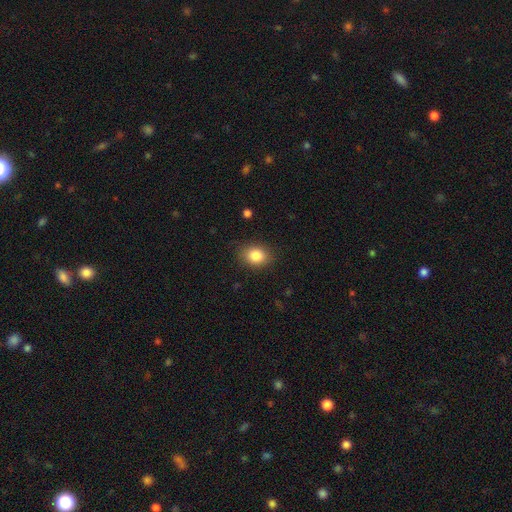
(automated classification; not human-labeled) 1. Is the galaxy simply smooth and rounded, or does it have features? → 84% smooth, 9% star or artifact, 7% featured or disk.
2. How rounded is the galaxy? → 58% in between, 41% round, 1% cigar-shaped.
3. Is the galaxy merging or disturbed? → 86% none, 10% minor disturbance, 3% major disturbance, 1% merger.